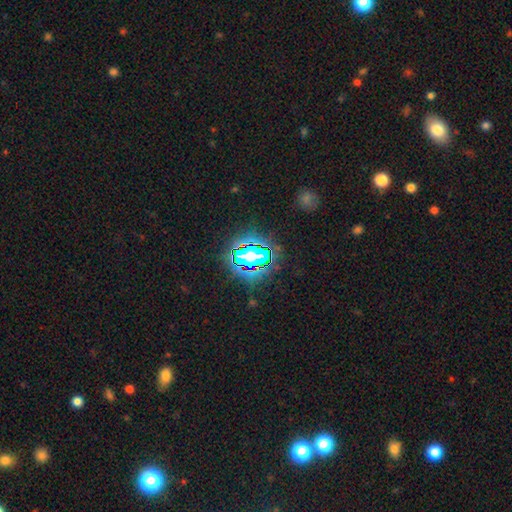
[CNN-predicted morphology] A star or artifact, not a galaxy (71%).

Vote fractions:
- Smooth or featured? star or artifact: 71% / smooth: 17% / featured or disk: 12%